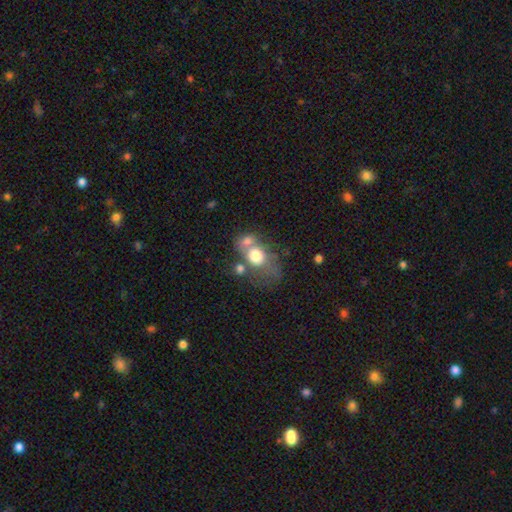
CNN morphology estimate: smooth_or_featured: smooth (p=0.68) [alt: featured or disk p=0.23]
how_rounded: round (p=0.50) [alt: in between p=0.49]
merging: merger (p=0.50) [alt: none p=0.22]